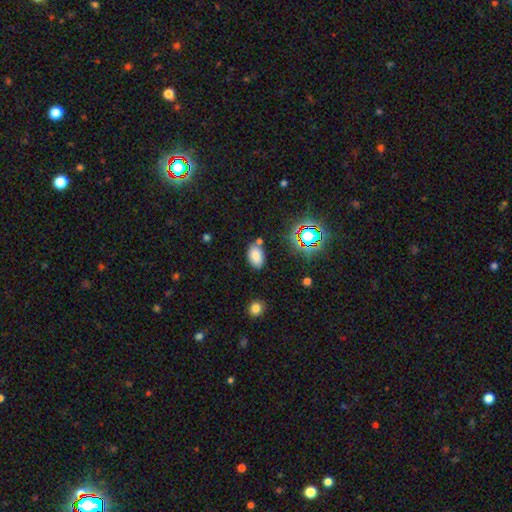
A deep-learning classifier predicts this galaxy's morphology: A smooth galaxy with no disk features (76%) that is in between round and cigar-shaped (90%). Merging: none (76%).